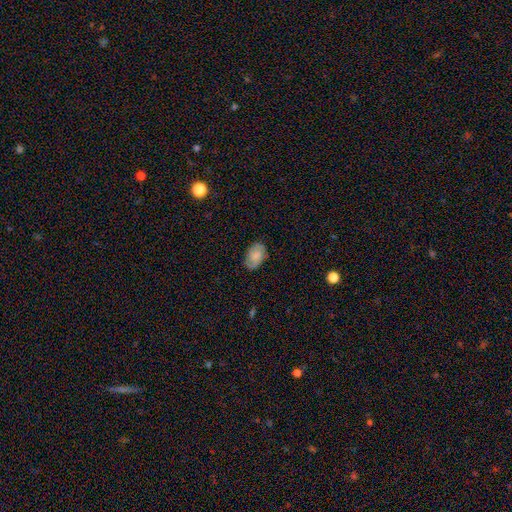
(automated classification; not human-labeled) Smooth or featured? smooth (51%)
How rounded? in between (88%)
Merging? none (79%)